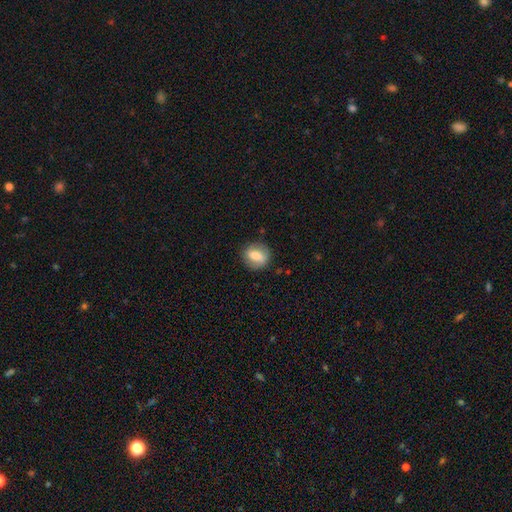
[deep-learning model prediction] Smooth or featured? Predicted: smooth (p=0.64). How rounded? Predicted: round (p=0.62). Merging? Predicted: none (p=0.82).